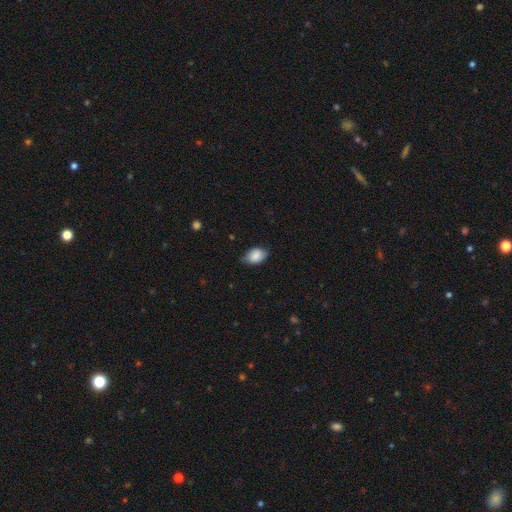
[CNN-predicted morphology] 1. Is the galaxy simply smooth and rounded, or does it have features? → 85% smooth, 8% featured or disk, 7% star or artifact.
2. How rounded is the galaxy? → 84% in between, 14% round, 1% cigar-shaped.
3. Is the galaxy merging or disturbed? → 71% none, 24% minor disturbance, 4% major disturbance, 1% merger.